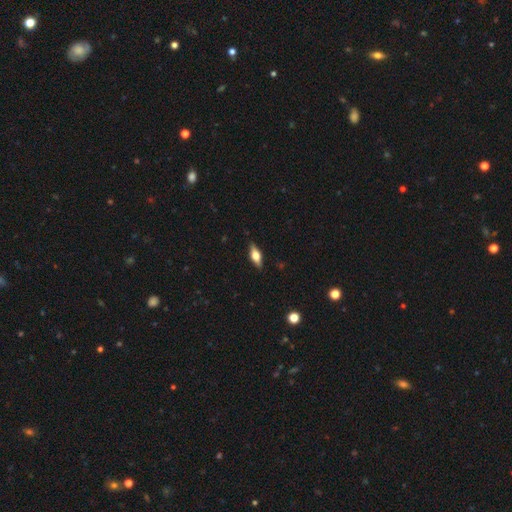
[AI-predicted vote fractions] A smooth galaxy with no disk features (48%). Merging: none (86%).